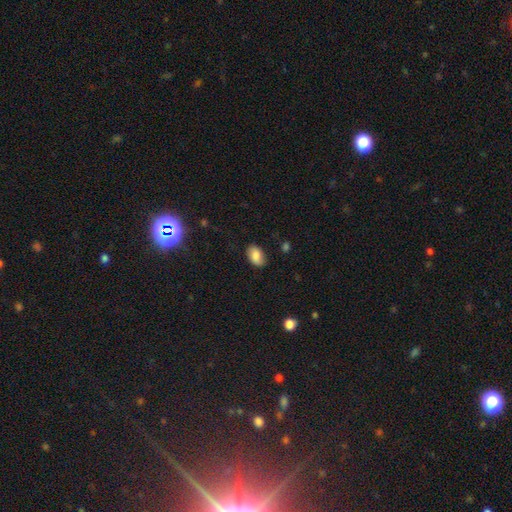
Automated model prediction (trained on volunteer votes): Smooth or featured? smooth (85%)
How rounded? in between (90%)
Merging? none (81%)